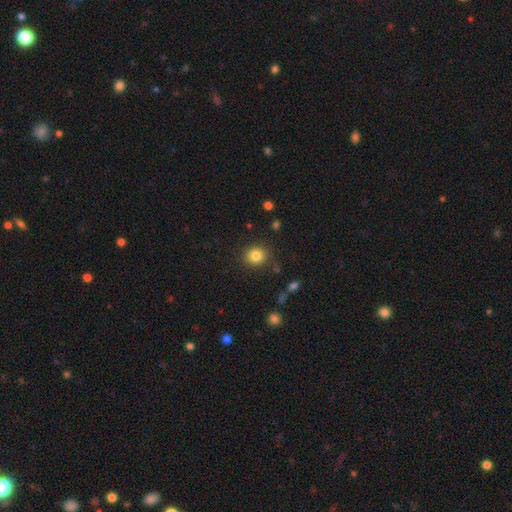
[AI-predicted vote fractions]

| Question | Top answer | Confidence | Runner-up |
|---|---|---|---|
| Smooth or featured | smooth | 83% | star or artifact (11%) |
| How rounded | round | 81% | in between (18%) |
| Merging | none | 86% | minor disturbance (9%) |